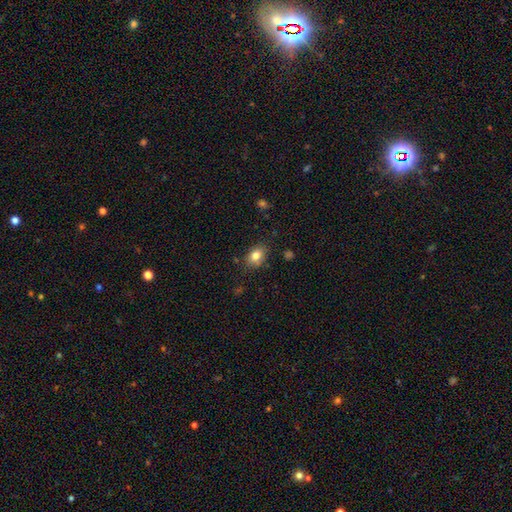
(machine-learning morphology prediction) Smooth or featured?
  - smooth: 81% *
  - star or artifact: 10%
  - featured or disk: 9%
How rounded?
  - in between: 69% *
  - round: 30%
  - cigar-shaped: 1%
Merging?
  - none: 81% *
  - minor disturbance: 14%
  - major disturbance: 3%
  - merger: 2%